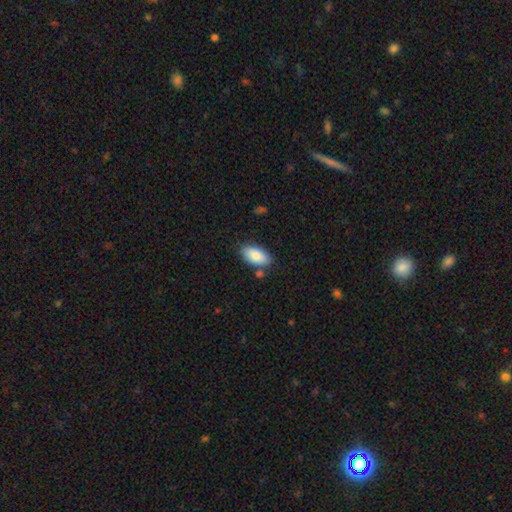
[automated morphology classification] smooth_or_featured: smooth (p=0.85) [alt: featured or disk p=0.09]
how_rounded: in between (p=0.94) [alt: cigar-shaped p=0.03]
merging: none (p=0.78) [alt: minor disturbance p=0.14]